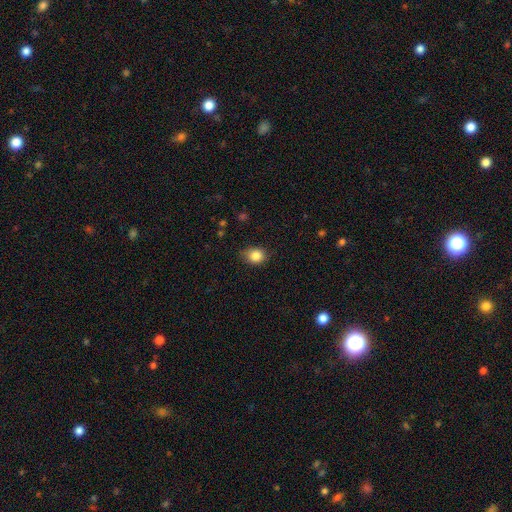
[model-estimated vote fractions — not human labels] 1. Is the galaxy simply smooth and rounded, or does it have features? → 84% smooth, 10% star or artifact, 6% featured or disk.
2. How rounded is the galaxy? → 56% round, 43% in between, 1% cigar-shaped.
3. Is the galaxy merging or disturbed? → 76% none, 19% minor disturbance, 4% major disturbance, 1% merger.